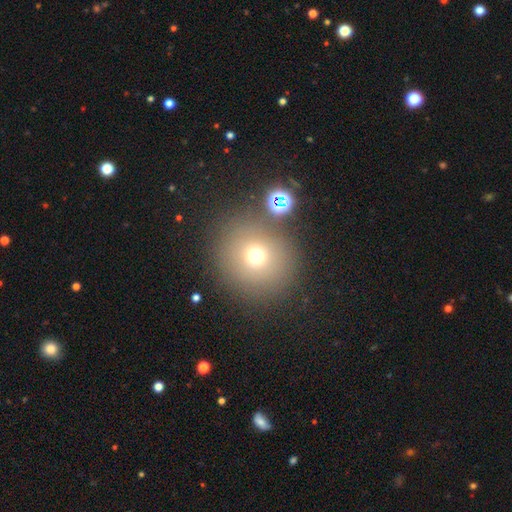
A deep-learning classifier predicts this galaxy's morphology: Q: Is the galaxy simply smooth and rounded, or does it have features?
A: smooth — 69%.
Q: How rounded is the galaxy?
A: round — 90%.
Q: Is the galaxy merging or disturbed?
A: none — 80%.